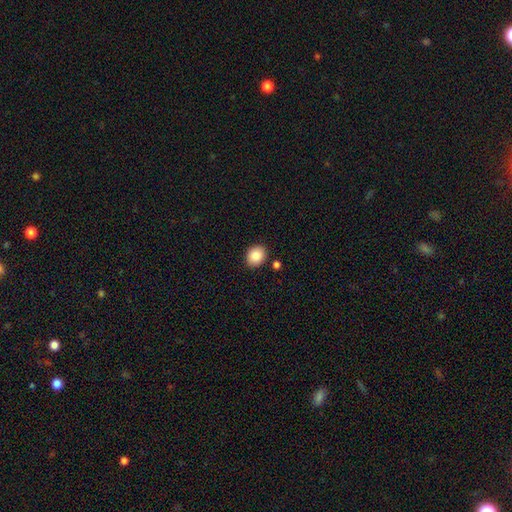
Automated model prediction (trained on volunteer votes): Overall: smooth (87%). How rounded: round (52%; in between 47%). Merging: none (87%).